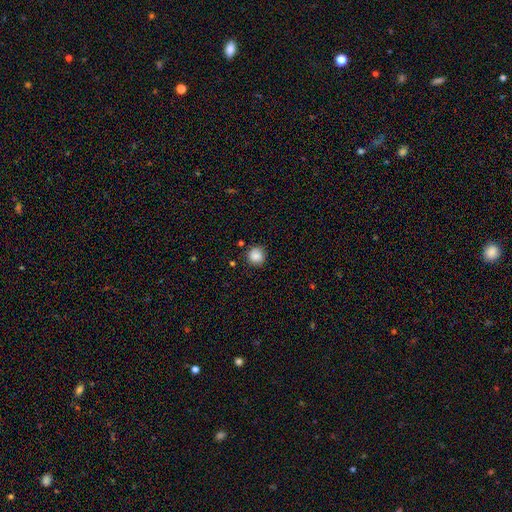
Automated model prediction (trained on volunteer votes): Smooth or featured: smooth — 87% (star or artifact — 10%)
How rounded: round — 92% (in between — 7%)
Merging: none — 85% (minor disturbance — 10%)